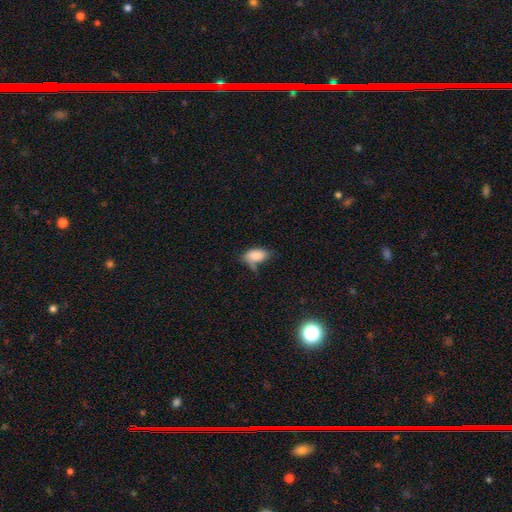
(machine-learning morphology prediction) A smooth galaxy with no disk features (82%) that is in between round and cigar-shaped (92%). Merging: none (42%).